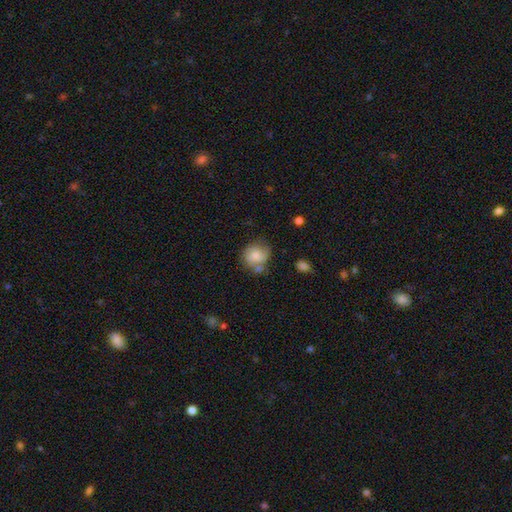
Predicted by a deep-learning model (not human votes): Overall: smooth (62%; featured or disk 30%). How rounded: round (75%). Merging: none (52%; minor disturbance 24%).